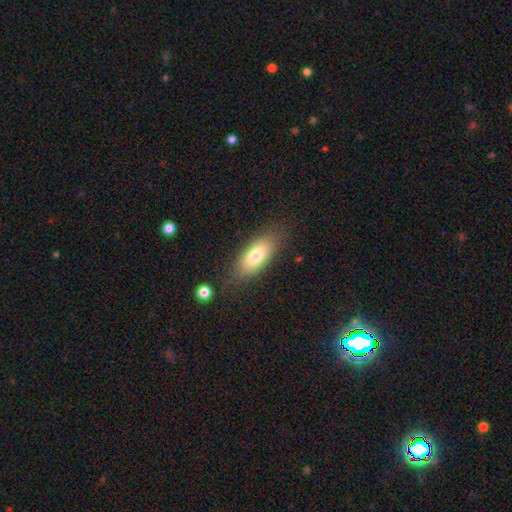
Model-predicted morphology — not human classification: Smooth or featured? smooth (77%)
How rounded? in between (81%)
Merging? none (79%)